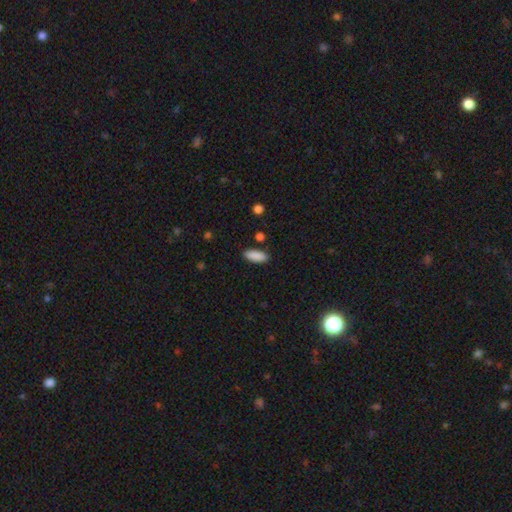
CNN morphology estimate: A smooth galaxy with no disk features (89%) that is in between round and cigar-shaped (74%). Merging: none (87%).